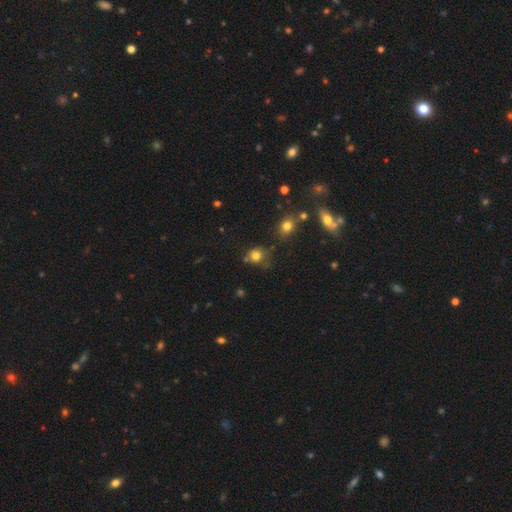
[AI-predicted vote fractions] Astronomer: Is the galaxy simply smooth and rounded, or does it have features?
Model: smooth — 78%.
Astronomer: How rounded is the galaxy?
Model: round — 78%.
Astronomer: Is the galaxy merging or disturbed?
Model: none — 62%.